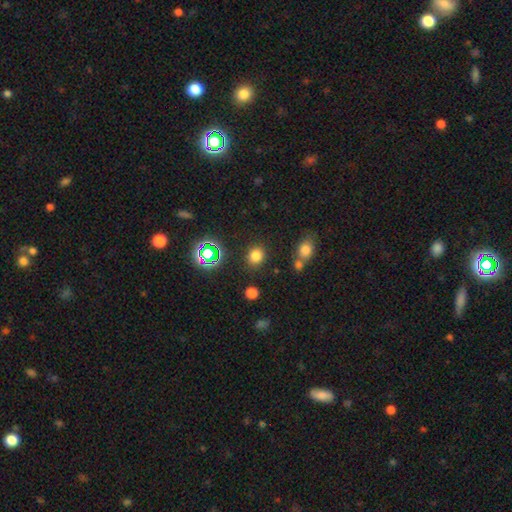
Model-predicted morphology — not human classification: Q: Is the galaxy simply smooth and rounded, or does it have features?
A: smooth — 74%.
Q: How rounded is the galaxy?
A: round — 75%.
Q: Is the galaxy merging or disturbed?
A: none — 83%.